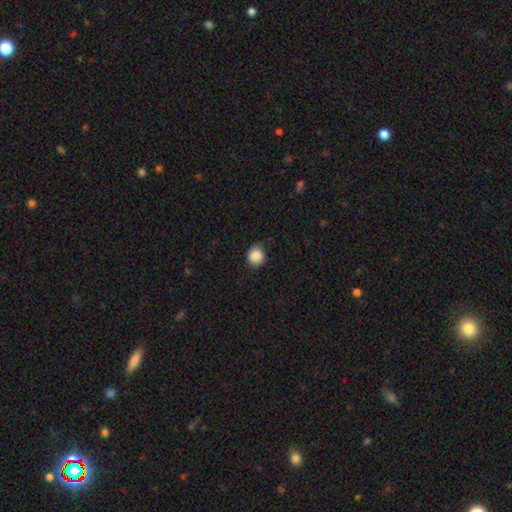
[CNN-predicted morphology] A smooth galaxy with no disk features (86%) that is round (67%). Merging: none (72%).